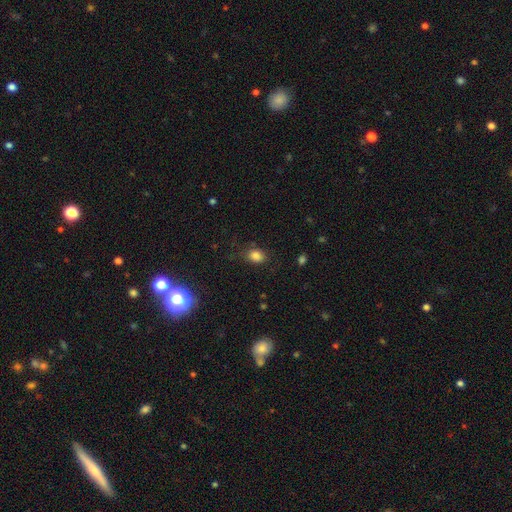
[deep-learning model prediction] smooth_or_featured: smooth (p=0.82) [alt: star or artifact p=0.12]
how_rounded: in between (p=0.62) [alt: round p=0.37]
merging: none (p=0.77) [alt: minor disturbance p=0.16]